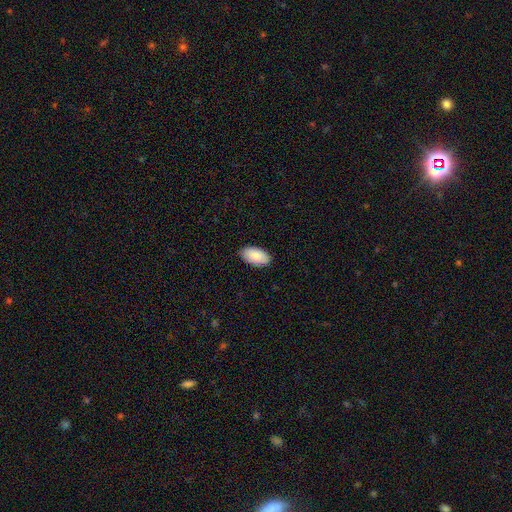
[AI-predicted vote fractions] Smooth or featured: smooth — 85% (featured or disk — 9%)
How rounded: in between — 95% (round — 3%)
Merging: none — 87% (minor disturbance — 10%)